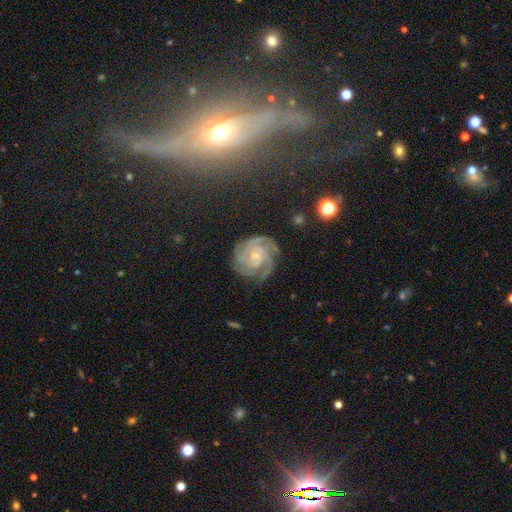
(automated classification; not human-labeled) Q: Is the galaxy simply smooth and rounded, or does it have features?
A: featured or disk — 86%.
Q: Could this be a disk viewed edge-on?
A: no — 98%.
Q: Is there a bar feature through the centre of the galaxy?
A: no — 69%.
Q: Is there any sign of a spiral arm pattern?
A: yes — 98%.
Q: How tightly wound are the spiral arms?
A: tight — 76%.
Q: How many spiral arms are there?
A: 3 — 40%.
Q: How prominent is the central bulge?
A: small — 72%.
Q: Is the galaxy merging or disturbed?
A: none — 75%.